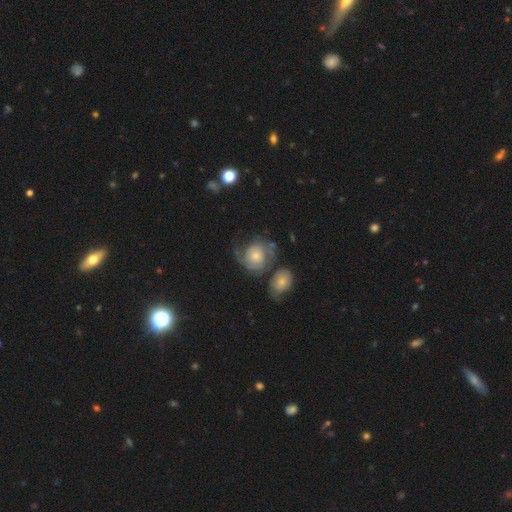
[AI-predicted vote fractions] smooth-or-featured: featured or disk: 70% | smooth: 22% | star or artifact: 8%
  disk-edge-on: no: 97% | yes: 3%
    bar: no: 77% | weak: 19% | strong: 3%
    has-spiral-arms: yes: 89% | no: 11%
      spiral-winding: tight: 50% | medium: 35% | loose: 15%
      spiral-arm-count: 2: 42% | can't tell: 29% | 3: 13% | 1: 8% | 4: 4% | more than 4: 4%
    bulge-size: moderate: 46% | small: 37% | large: 10% | none: 5% | dominant: 2%
  merging: none: 50% | minor disturbance: 18% | merger: 16% | major disturbance: 15%